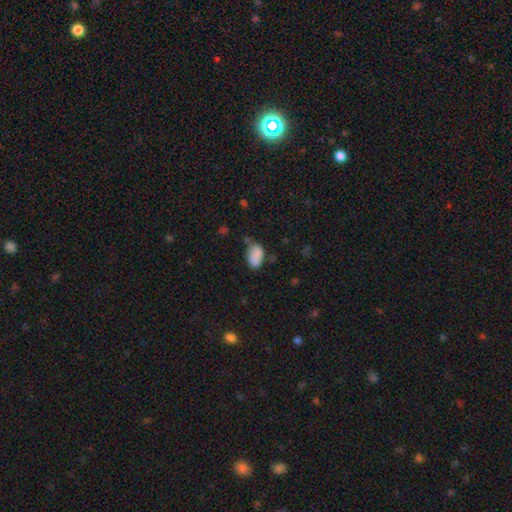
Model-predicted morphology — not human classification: Q: Smooth or featured?
A: smooth (83%); runner-up: featured or disk (9%)
Q: How rounded?
A: in between (88%); runner-up: round (10%)
Q: Merging?
A: none (58%); runner-up: minor disturbance (26%)